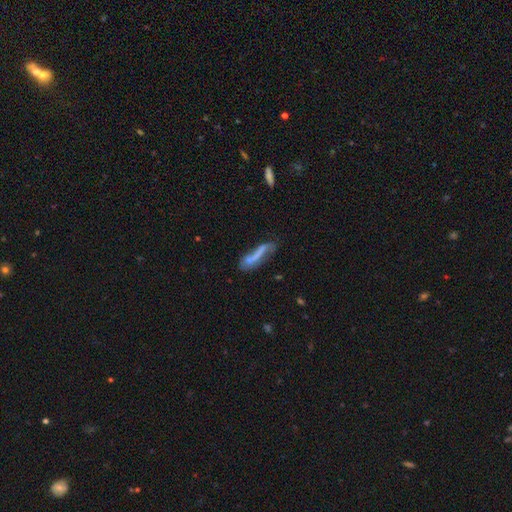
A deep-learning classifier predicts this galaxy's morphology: type=smooth (45%, tied with featured or disk); merging=none (40%).